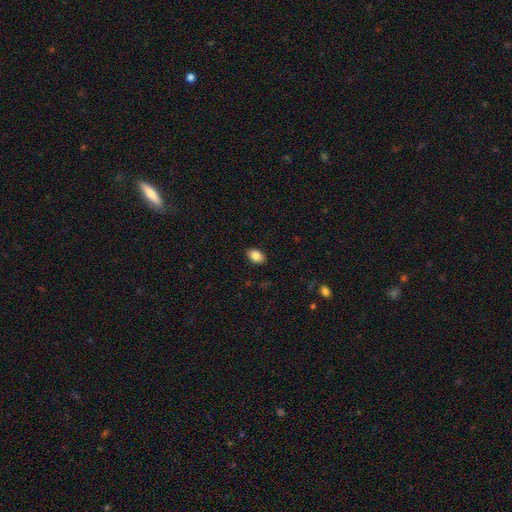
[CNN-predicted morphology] A smooth galaxy with no disk features (87%) that is in between round and cigar-shaped (87%). Merging: none (88%).